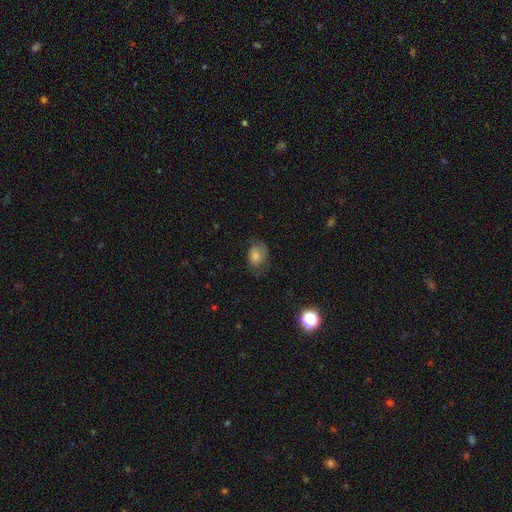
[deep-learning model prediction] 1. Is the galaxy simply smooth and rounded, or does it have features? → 61% smooth, 25% featured or disk, 14% star or artifact.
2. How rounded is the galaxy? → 64% in between, 35% round, 1% cigar-shaped.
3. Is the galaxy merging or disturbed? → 62% none, 25% minor disturbance, 12% major disturbance, 1% merger.